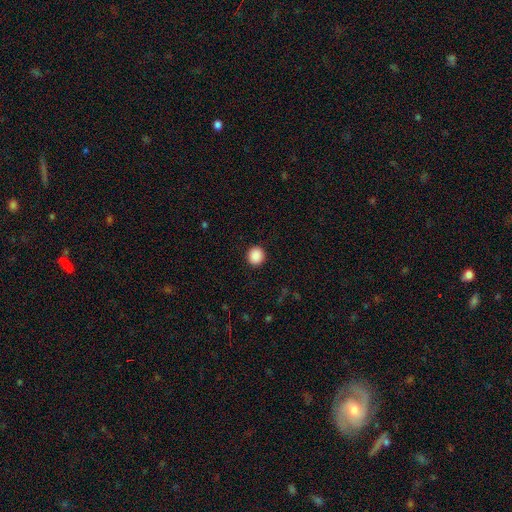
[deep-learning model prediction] Q: Smooth or featured?
A: smooth (89%); runner-up: star or artifact (9%)
Q: How rounded?
A: round (88%); runner-up: in between (11%)
Q: Merging?
A: none (93%); runner-up: minor disturbance (5%)